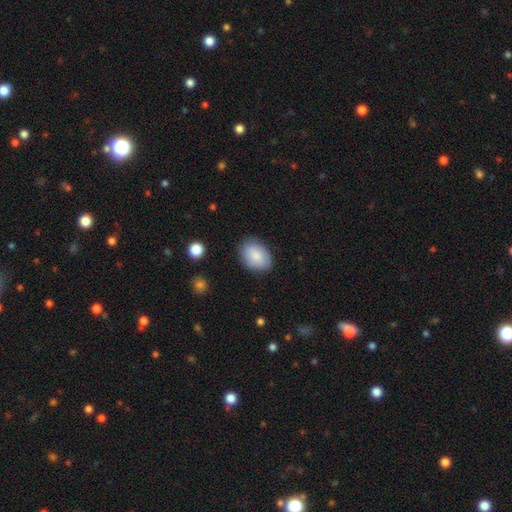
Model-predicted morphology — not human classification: smooth-or-featured: smooth: 86% | featured or disk: 8% | star or artifact: 6%
  how-rounded: in between: 82% | round: 17% | cigar-shaped: 1%
  merging: none: 83% | minor disturbance: 13% | major disturbance: 3% | merger: 1%